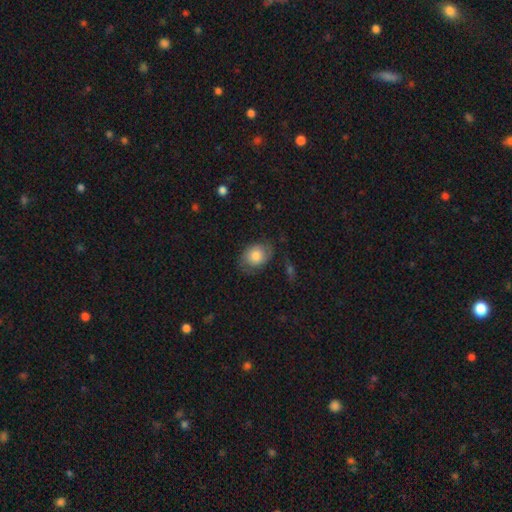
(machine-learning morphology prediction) The model was most divided on "how rounded": in between: 65%, round: 34%, cigar-shaped: 1%. More confident: smooth or featured — smooth (72%); merging — none (64%).